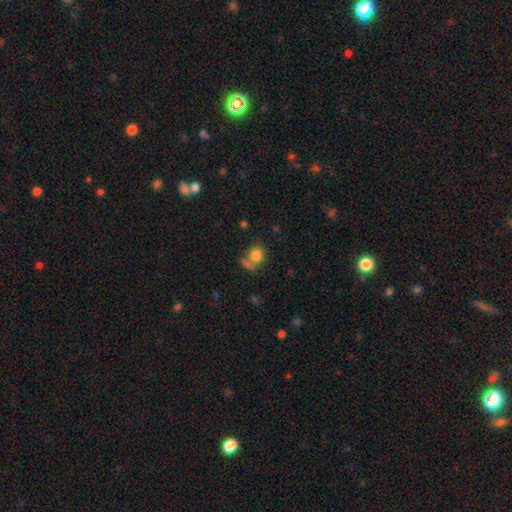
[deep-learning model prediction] A smooth galaxy with no disk features (80%) that is round (66%).

Vote fractions:
- Smooth or featured? smooth: 80% / star or artifact: 10% / featured or disk: 9%
- How rounded? round: 66% / in between: 33% / cigar-shaped: 1%
- Merging? none: 51% / merger: 25% / minor disturbance: 15% / major disturbance: 10%